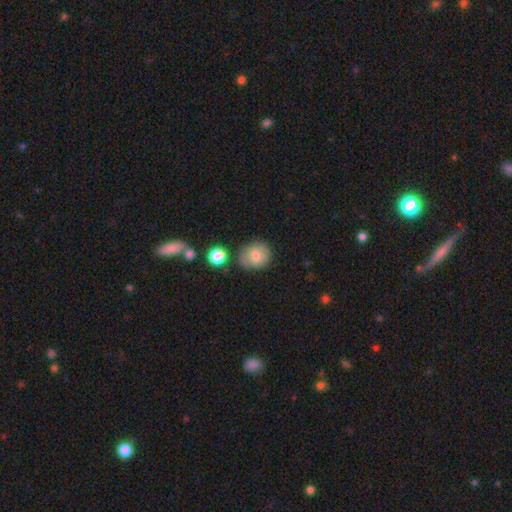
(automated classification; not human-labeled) smooth-or-featured: smooth: 77% | featured or disk: 14% | star or artifact: 9%
  how-rounded: round: 71% | in between: 28% | cigar-shaped: 1%
  merging: none: 71% | minor disturbance: 18% | merger: 7% | major disturbance: 4%